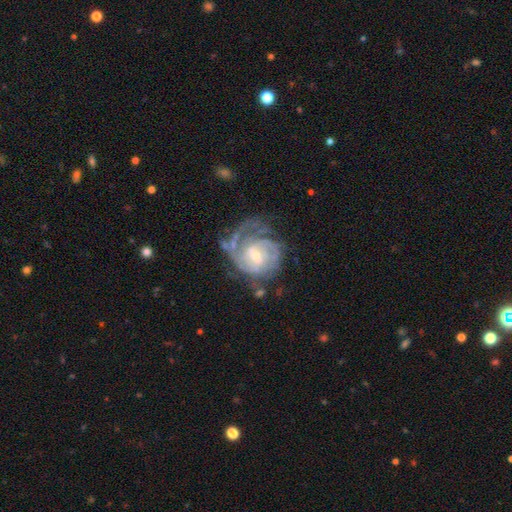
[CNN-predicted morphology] Smooth or featured?
  - featured or disk: 87% *
  - smooth: 7%
  - star or artifact: 5%
Edge-on disk?
  - no: 98% *
  - yes: 2%
Bar?
  - no: 46% *
  - weak: 45%
  - strong: 9%
Spiral arms?
  - yes: 95% *
  - no: 5%
Spiral winding?
  - tight: 61% *
  - medium: 31%
  - loose: 8%
Spiral arm count?
  - 2: 31% * (tied)
  - can't tell: 31% * (tied)
  - 3: 19%
  - 1: 7%
  - 4: 7%
  - more than 4: 5%
Bulge size?
  - small: 62% *
  - moderate: 33%
  - large: 2%
  - none: 2%
  - dominant: 1%
Merging?
  - none: 48% *
  - major disturbance: 24%
  - minor disturbance: 23%
  - merger: 5%